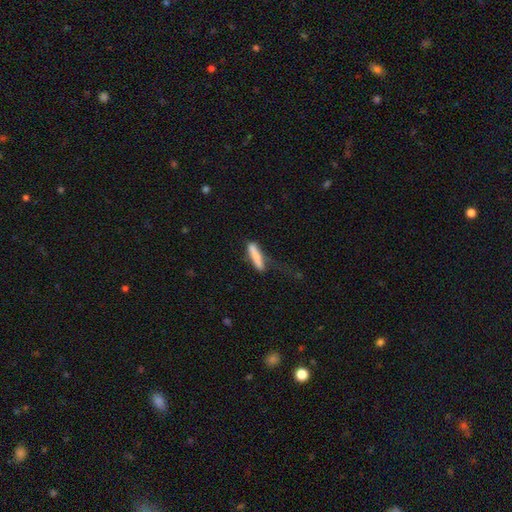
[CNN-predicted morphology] Smooth or featured? smooth (78%)
How rounded? cigar-shaped (84%)
Merging? none (53%)